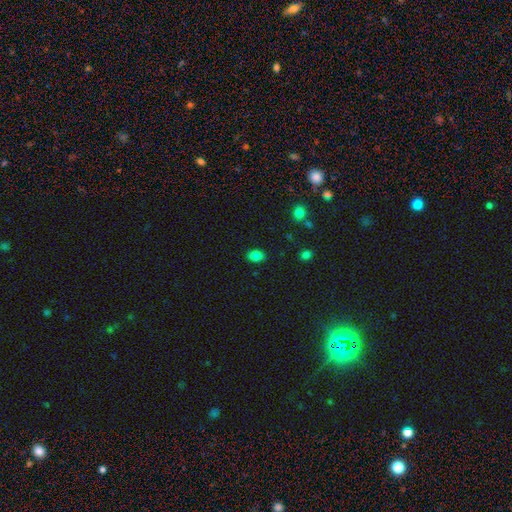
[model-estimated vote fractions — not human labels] A smooth galaxy with no disk features (83%) that is in between round and cigar-shaped (77%).

Vote fractions:
- Smooth or featured? smooth: 83% / star or artifact: 11% / featured or disk: 6%
- How rounded? in between: 77% / round: 22% / cigar-shaped: 1%
- Merging? none: 87% / minor disturbance: 9% / major disturbance: 2% / merger: 1%